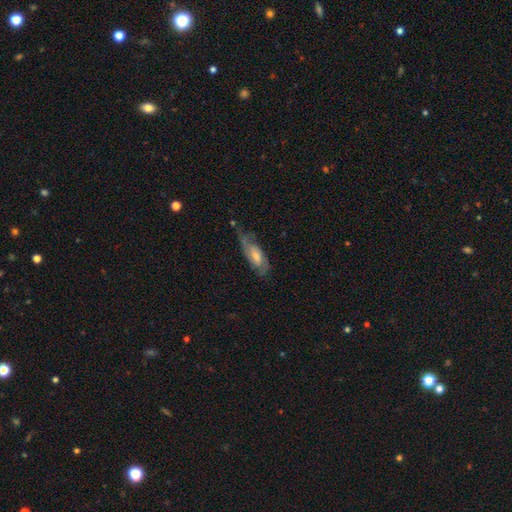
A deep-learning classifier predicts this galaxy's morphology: This appears to be a featured or disk galaxy (72%) with no bar (53%), 2 (63%) medium (45%) spiral arms (90%) and a moderate central bulge (49%). Merging: none (61%).